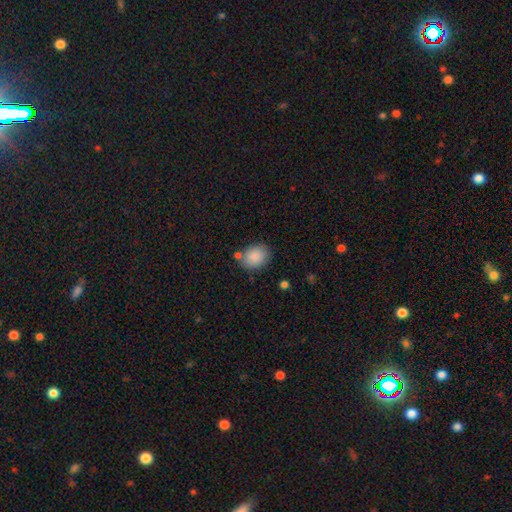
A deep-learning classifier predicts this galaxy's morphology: Q: Smooth or featured?
A: smooth (88%); runner-up: star or artifact (8%)
Q: How rounded?
A: in between (53%); runner-up: round (46%)
Q: Merging?
A: none (74%); runner-up: minor disturbance (14%)